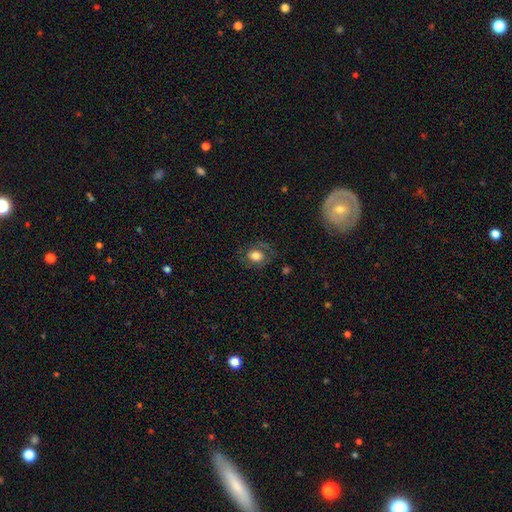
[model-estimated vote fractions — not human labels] smooth_or_featured: smooth (p=0.72) [alt: featured or disk p=0.18]
how_rounded: in between (p=0.50) [alt: round p=0.49]
merging: none (p=0.68) [alt: minor disturbance p=0.19]